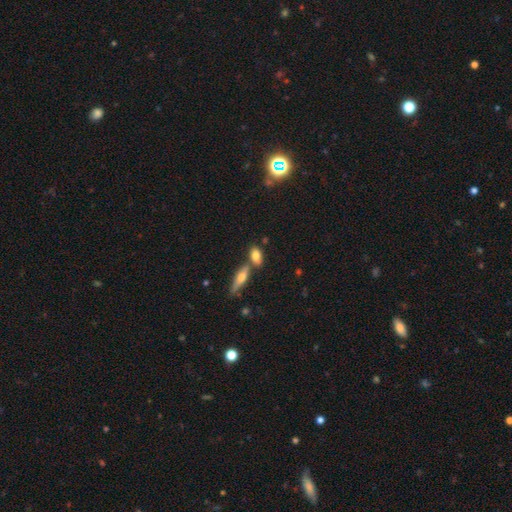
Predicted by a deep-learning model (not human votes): Q: Smooth or featured?
A: smooth (73%); runner-up: featured or disk (18%)
Q: How rounded?
A: in between (81%); runner-up: cigar-shaped (13%)
Q: Merging?
A: none (53%); runner-up: merger (33%)